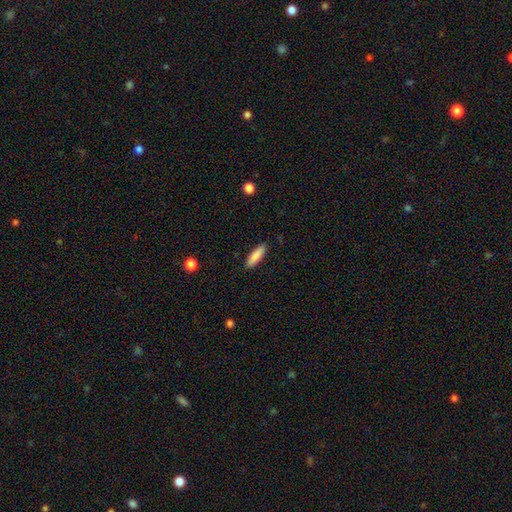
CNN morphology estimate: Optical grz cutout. It shows a smooth galaxy with no disk features (86%) that is cigar-shaped (64%). Merging: none (89%).